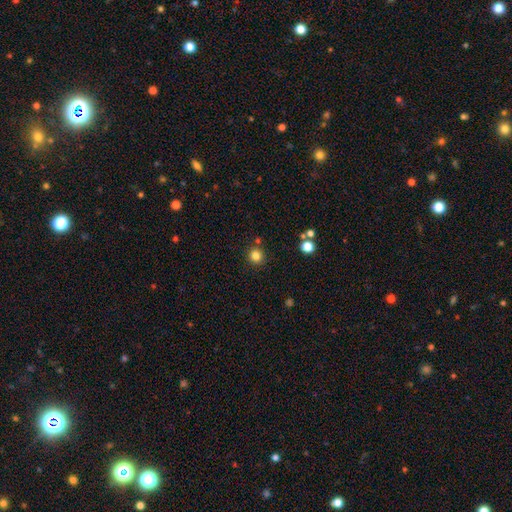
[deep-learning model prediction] This is clearly a smooth galaxy (82%). How rounded: clearly round (93%). Merging: clearly none (86%).